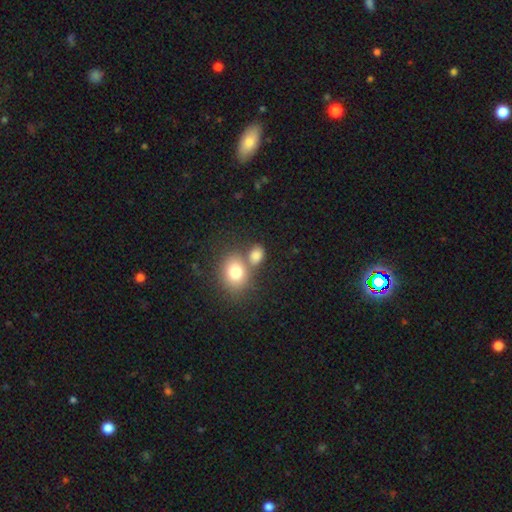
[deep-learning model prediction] smooth_or_featured: smooth (p=0.80) [alt: star or artifact p=0.11]
how_rounded: in between (p=0.59) [alt: round p=0.39]
merging: none (p=0.48) [alt: merger p=0.35]